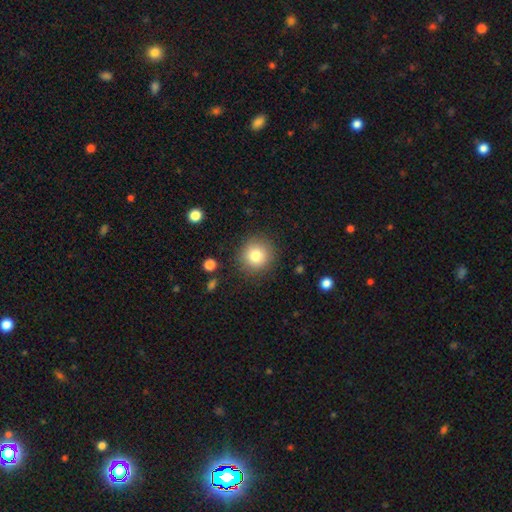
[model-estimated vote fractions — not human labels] smooth_or_featured: smooth (p=0.80) [alt: star or artifact p=0.11]
how_rounded: round (p=0.93) [alt: in between p=0.06]
merging: none (p=0.89) [alt: minor disturbance p=0.07]